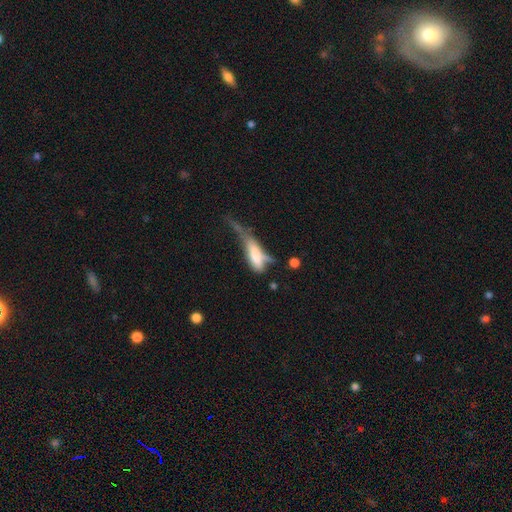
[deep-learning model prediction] smooth-or-featured: smooth: 60% | featured or disk: 32% | star or artifact: 8%
  how-rounded: in between: 50% | cigar-shaped: 47% | round: 3%
  merging: major disturbance: 42% | minor disturbance: 22% | none: 18% | merger: 18%